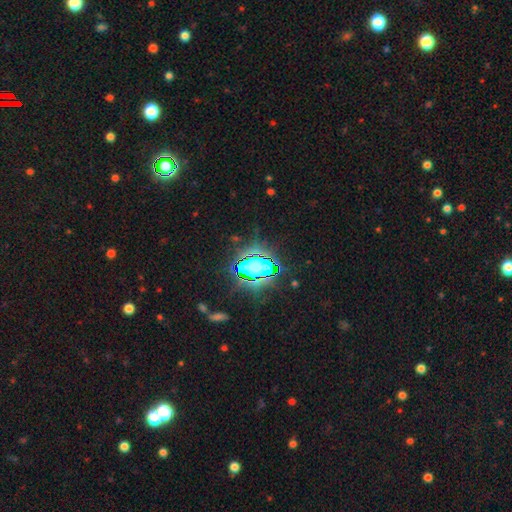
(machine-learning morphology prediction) A star or artifact, not a galaxy (78%).